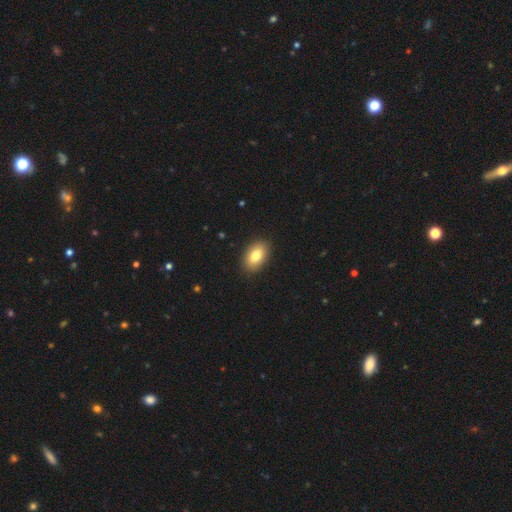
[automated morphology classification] Overall: smooth (80%). How rounded: in between (90%). Merging: none (90%).